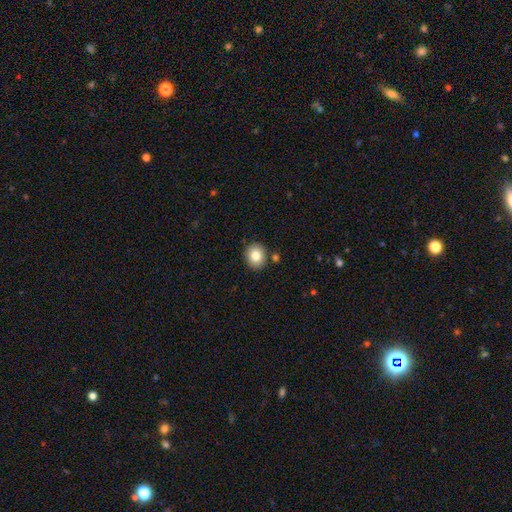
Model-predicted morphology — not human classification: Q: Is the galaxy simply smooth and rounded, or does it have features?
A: smooth — 82%.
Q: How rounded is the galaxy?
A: round — 73%.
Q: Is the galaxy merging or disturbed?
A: none — 85%.